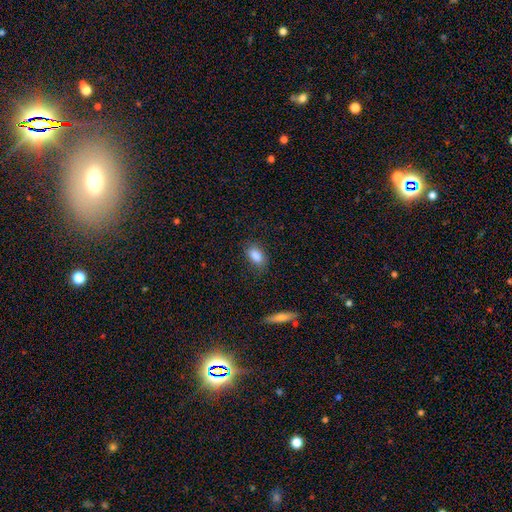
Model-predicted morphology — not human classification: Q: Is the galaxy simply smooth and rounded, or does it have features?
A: smooth — 86%.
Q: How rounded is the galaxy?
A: in between — 88%.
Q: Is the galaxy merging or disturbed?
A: none — 76%.